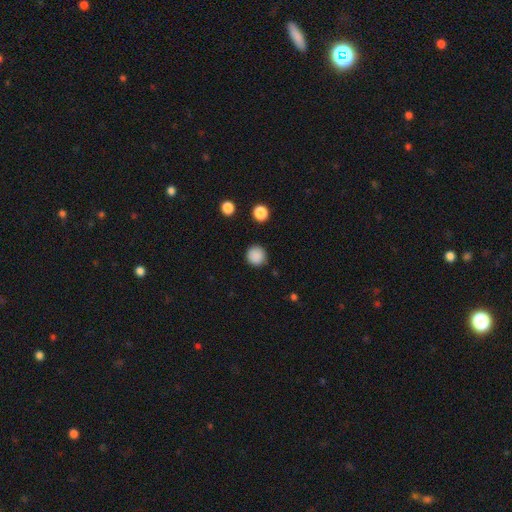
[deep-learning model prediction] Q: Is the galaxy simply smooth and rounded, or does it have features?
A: smooth — 87%.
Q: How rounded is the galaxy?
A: round — 93%.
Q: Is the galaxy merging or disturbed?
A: none — 88%.